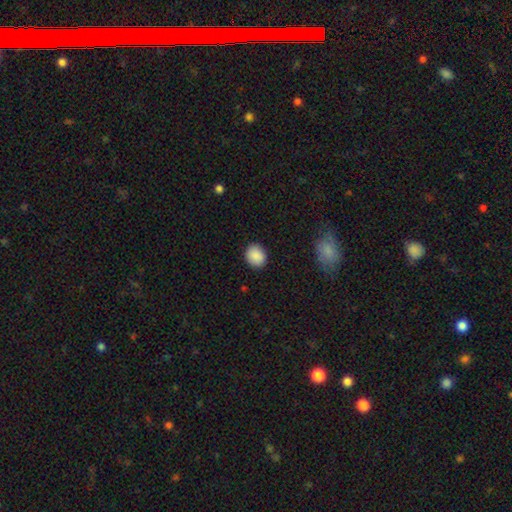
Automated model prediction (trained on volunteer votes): Morphology: type=smooth (89%); roundness=round (64%); merging=none (87%).